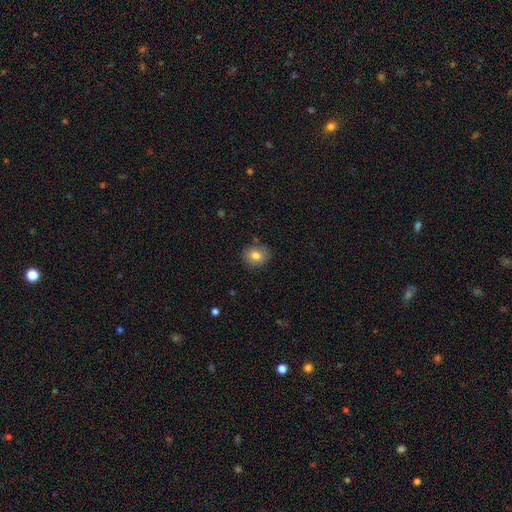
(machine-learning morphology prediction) smooth 79%, featured or disk 11%, star or artifact 10%. Down the decision tree: how rounded — round (69%); merging — none (85%).